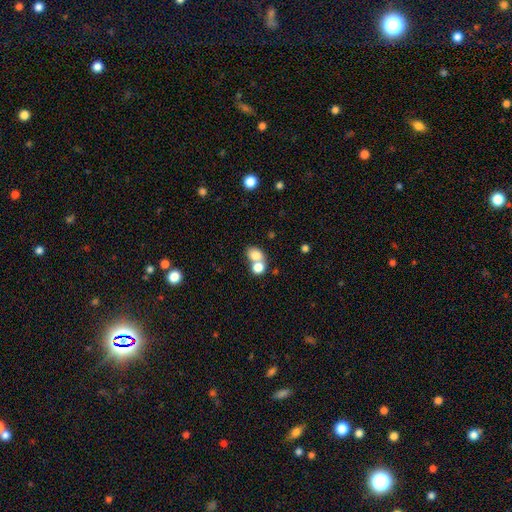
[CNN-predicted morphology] The model was most divided on "how rounded": in between: 52%, round: 47%, cigar-shaped: 1%. More confident: smooth or featured — smooth (78%); merging — merger (54%).